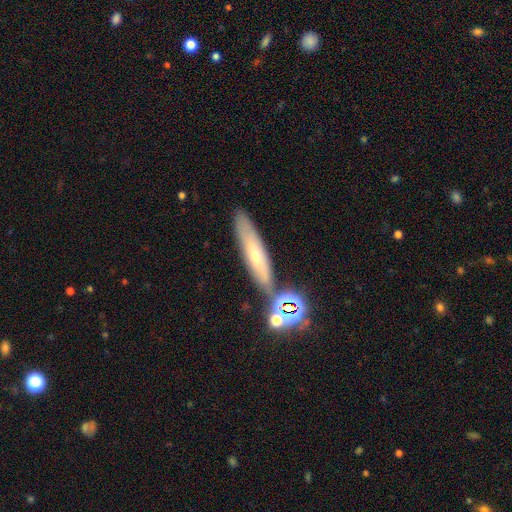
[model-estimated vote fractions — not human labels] Smooth or featured?
  - smooth: 45% *
  - featured or disk: 40%
  - star or artifact: 15%
Merging?
  - none: 75% *
  - minor disturbance: 12%
  - merger: 9%
  - major disturbance: 4%